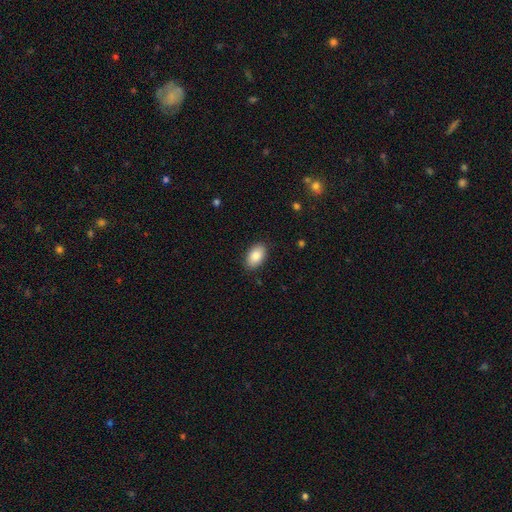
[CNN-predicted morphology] type=smooth (86%); roundness=in between (93%); merging=none (88%).